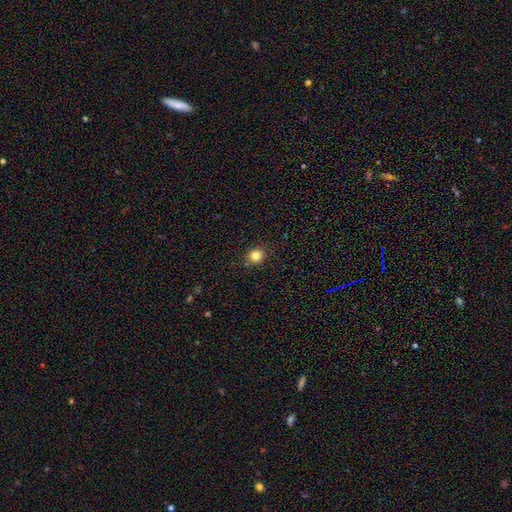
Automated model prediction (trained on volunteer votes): Q: Smooth or featured?
A: smooth (82%); runner-up: star or artifact (13%)
Q: How rounded?
A: round (90%); runner-up: in between (9%)
Q: Merging?
A: none (88%); runner-up: minor disturbance (8%)